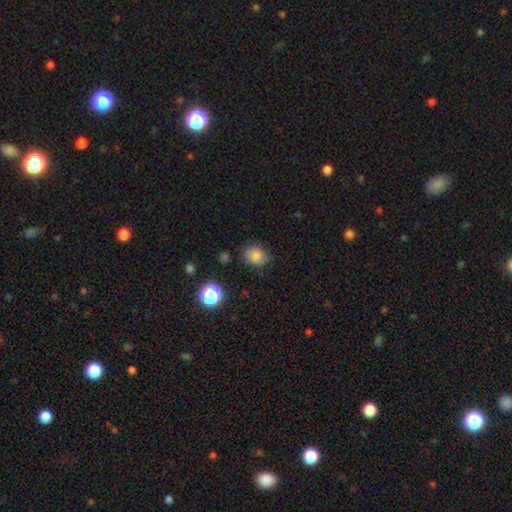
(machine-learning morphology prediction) This appears to be a smooth galaxy with no disk features (82%) that is round (62%). Merging: none (75%).